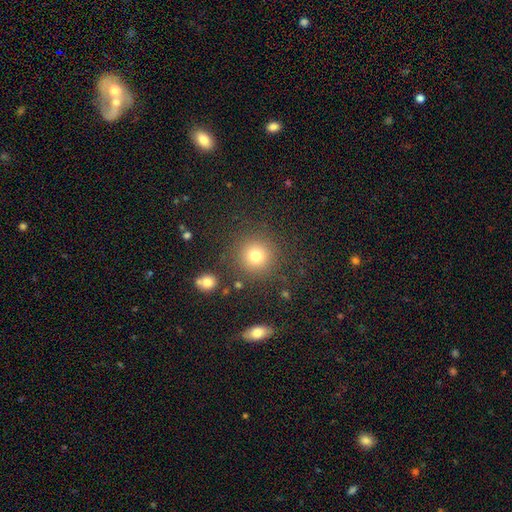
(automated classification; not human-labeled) smooth 78%, star or artifact 14%, featured or disk 8%. Down the decision tree: how rounded — round (94%); merging — none (86%).